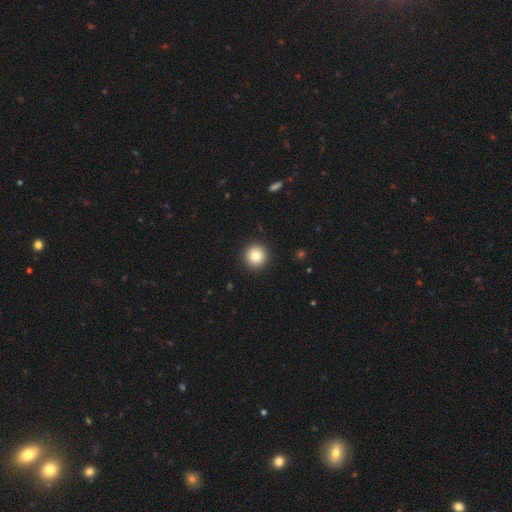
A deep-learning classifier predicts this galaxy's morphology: A smooth galaxy with no disk features (82%) that is round (96%). Merging: none (93%).